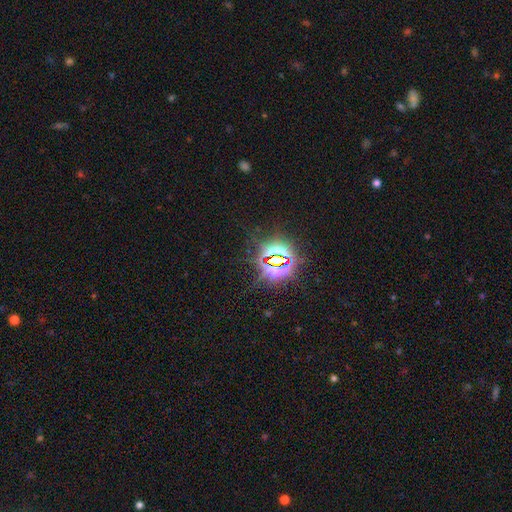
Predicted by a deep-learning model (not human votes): A star or artifact, not a galaxy (84%).

Vote fractions:
- Smooth or featured? star or artifact: 84% / smooth: 10% / featured or disk: 6%